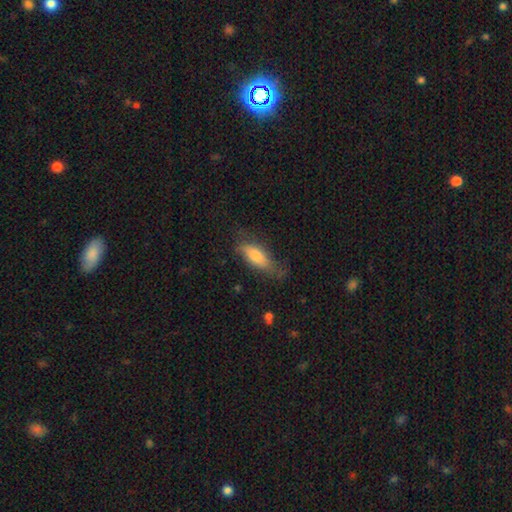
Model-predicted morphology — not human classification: A smooth galaxy with no disk features (73%) that is in between round and cigar-shaped (69%). Merging: none (58%).